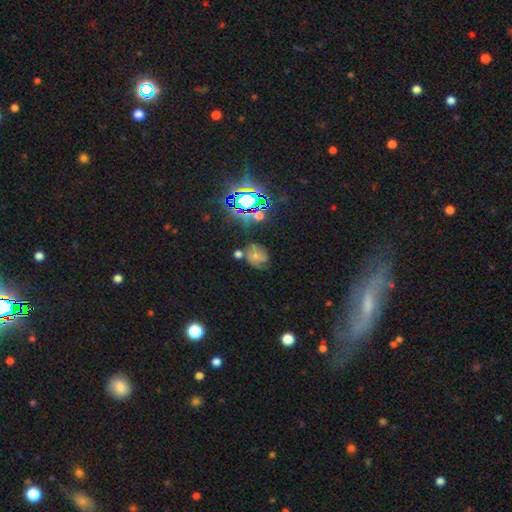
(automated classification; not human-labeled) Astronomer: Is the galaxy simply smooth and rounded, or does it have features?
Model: featured or disk — 39% (runner-up: smooth, 37%).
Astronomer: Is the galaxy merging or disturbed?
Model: none — 50%.